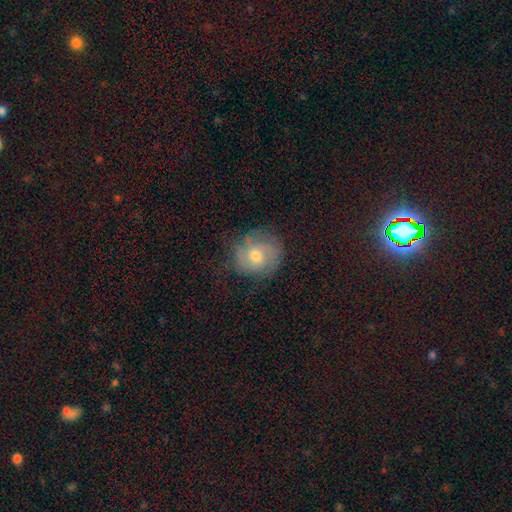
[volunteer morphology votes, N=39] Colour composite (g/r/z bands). It shows a smooth galaxy with no disk features (51%) that is round (65%). Merging: none (66%).